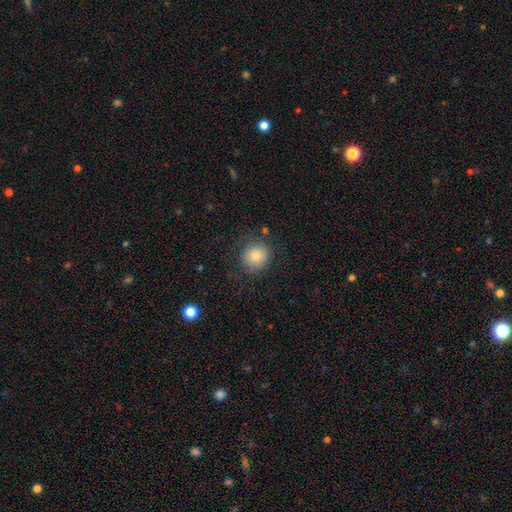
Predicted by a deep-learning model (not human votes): This is likely a smooth galaxy (79%). How rounded: clearly round (89%). Merging: clearly none (80%).